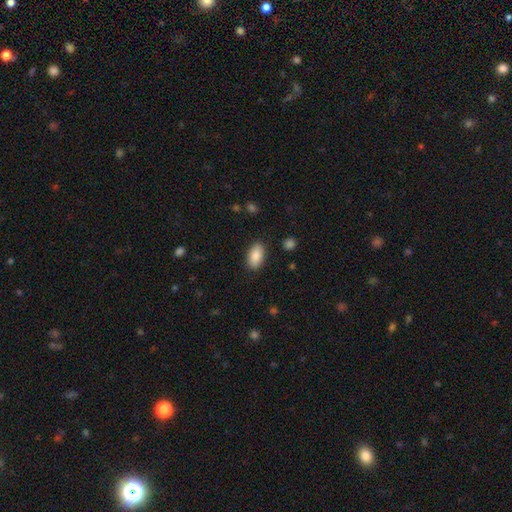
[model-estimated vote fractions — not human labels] This appears to be a smooth galaxy with no disk features (87%) that is in between round and cigar-shaped (94%). Merging: none (87%).